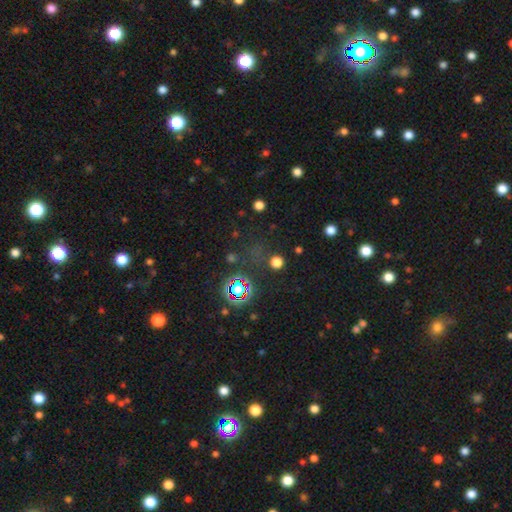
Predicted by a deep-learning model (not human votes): smooth-or-featured: star or artifact: 71% | smooth: 21% | featured or disk: 8%